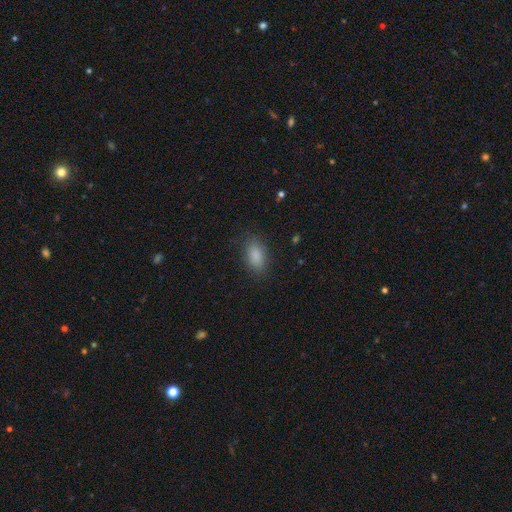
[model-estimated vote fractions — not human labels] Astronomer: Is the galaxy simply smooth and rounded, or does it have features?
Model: smooth — 87%.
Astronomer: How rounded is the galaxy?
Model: in between — 90%.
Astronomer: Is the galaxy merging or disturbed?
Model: none — 83%.